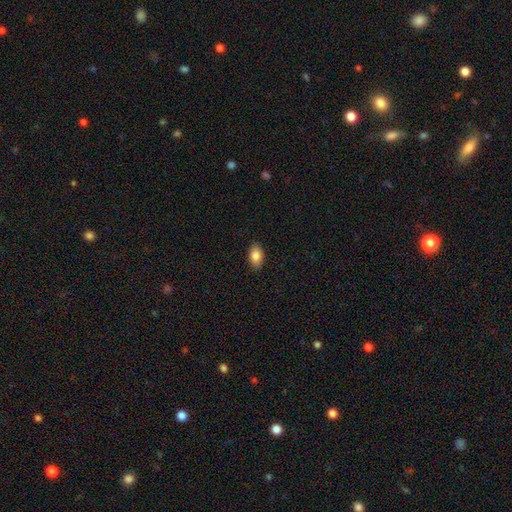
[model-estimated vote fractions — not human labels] smooth 84%, featured or disk 8%, star or artifact 7%. Down the decision tree: how rounded — in between (91%); merging — none (88%).